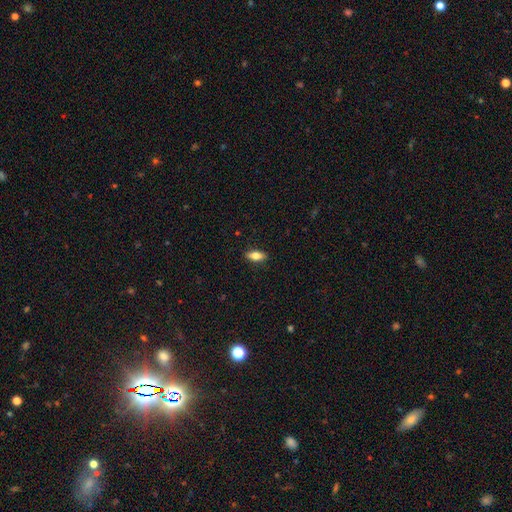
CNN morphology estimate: This is likely a smooth galaxy (78%). How rounded: clearly in between (81%). Merging: clearly none (88%).